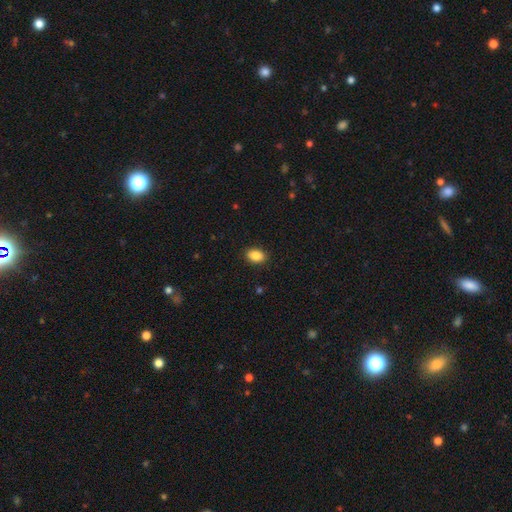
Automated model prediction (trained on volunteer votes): Smooth or featured: smooth — 88% (star or artifact — 8%)
How rounded: in between — 86% (round — 13%)
Merging: none — 90% (minor disturbance — 7%)